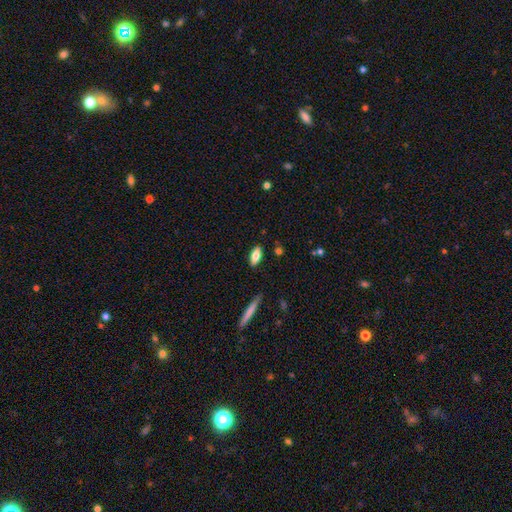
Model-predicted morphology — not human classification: This appears to be a smooth galaxy with no disk features (76%) that is in between round and cigar-shaped (75%). Merging: none (87%).